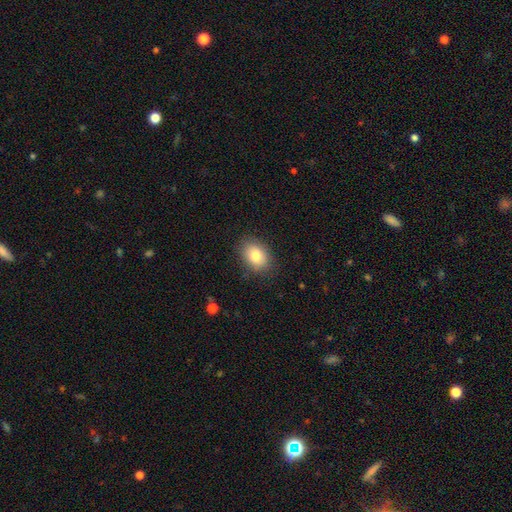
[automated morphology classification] Smooth or featured? Predicted: smooth (p=0.80). How rounded? Predicted: in between (p=0.70). Merging? Predicted: none (p=0.85).